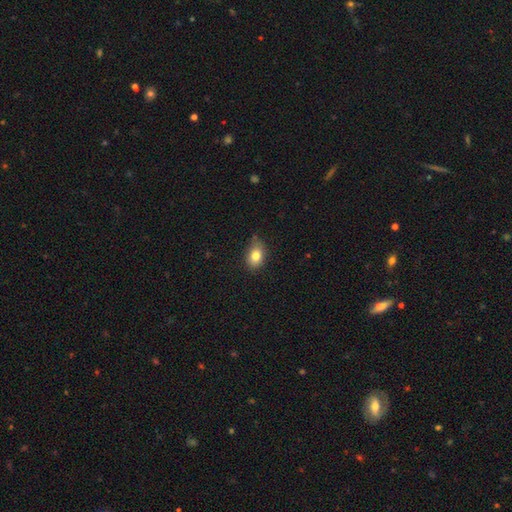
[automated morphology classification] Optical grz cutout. It shows a smooth galaxy with no disk features (80%) that is in between round and cigar-shaped (77%). Merging: none (76%).